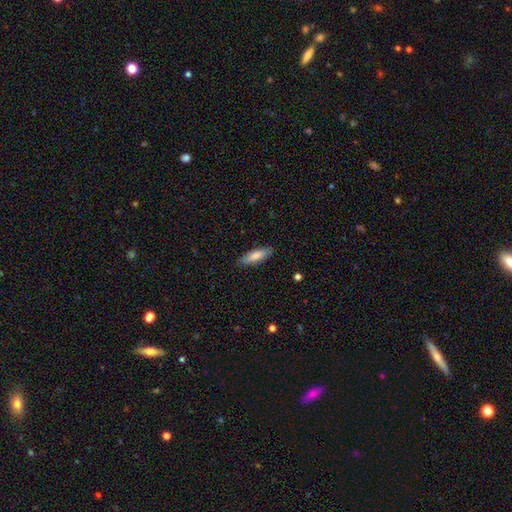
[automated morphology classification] This is clearly a smooth galaxy (80%). How rounded: possibly cigar-shaped (50%). Merging: clearly none (88%).